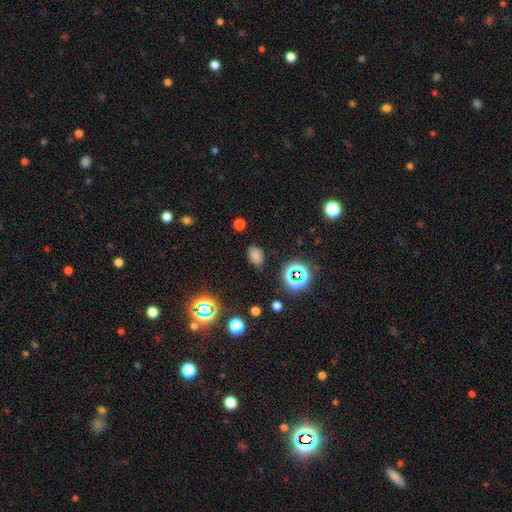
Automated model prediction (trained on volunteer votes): smooth-or-featured: smooth: 69% | star or artifact: 24% | featured or disk: 6%
  how-rounded: in between: 84% | round: 15% | cigar-shaped: 1%
  merging: none: 80% | minor disturbance: 14% | major disturbance: 4% | merger: 2%